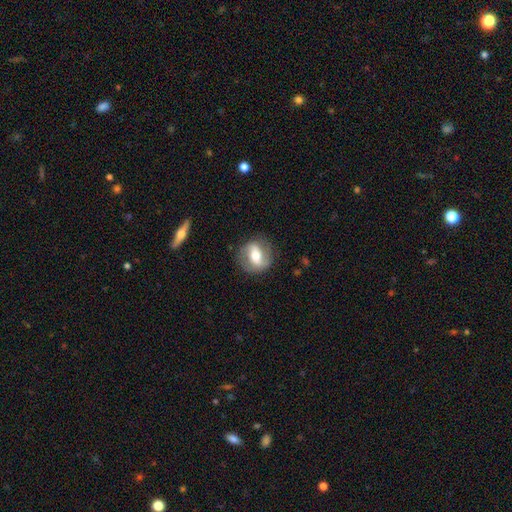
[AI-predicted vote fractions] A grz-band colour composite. It shows a featured or disk galaxy (64%) with a strong bar (43%), spiral arms (75%) and a moderate central bulge (68%). Merging: none (80%).